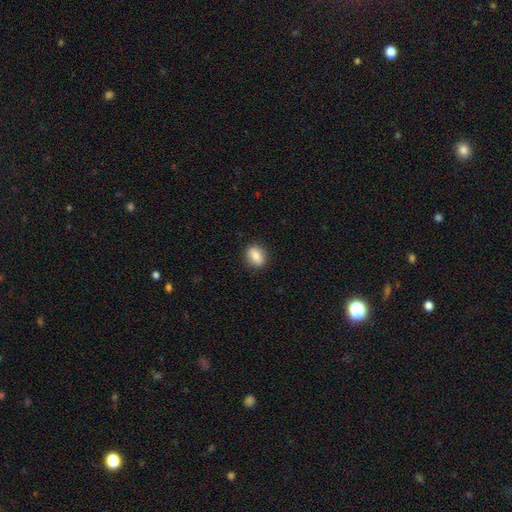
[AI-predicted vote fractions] This is clearly a smooth galaxy (81%). How rounded: likely in between (62%). Merging: clearly none (88%).